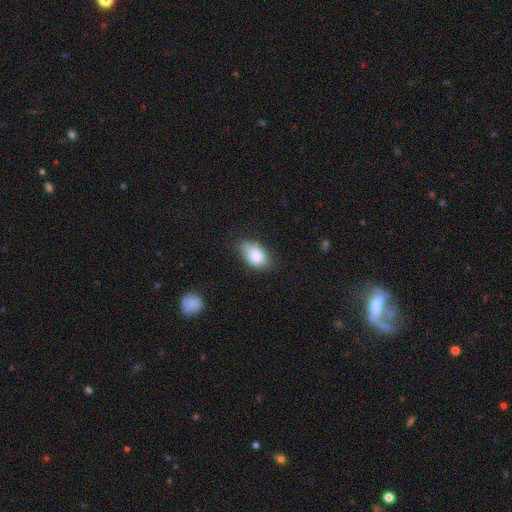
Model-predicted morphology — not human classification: A smooth galaxy with no disk features (82%) that is in between round and cigar-shaped (88%). Merging: none (52%).